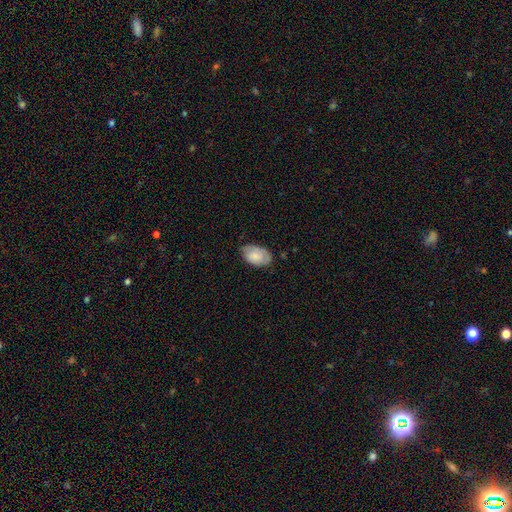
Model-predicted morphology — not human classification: Overall: smooth (67%). How rounded: in between (91%). Merging: none (60%; minor disturbance 32%).